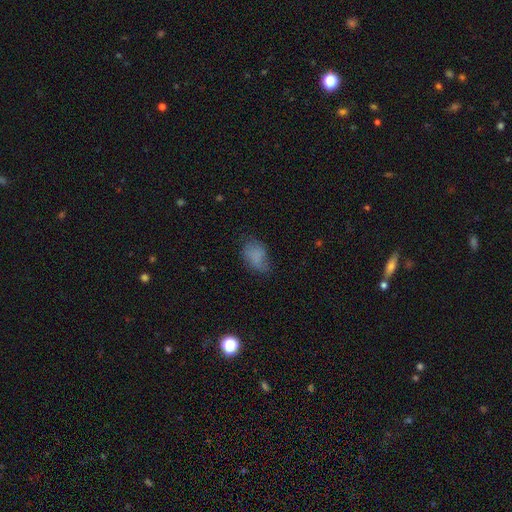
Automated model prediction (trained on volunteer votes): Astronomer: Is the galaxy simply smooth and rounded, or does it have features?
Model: smooth — 74%.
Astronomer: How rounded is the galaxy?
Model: in between — 85%.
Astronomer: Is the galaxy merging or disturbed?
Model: none — 52% (runner-up: minor disturbance, 32%).